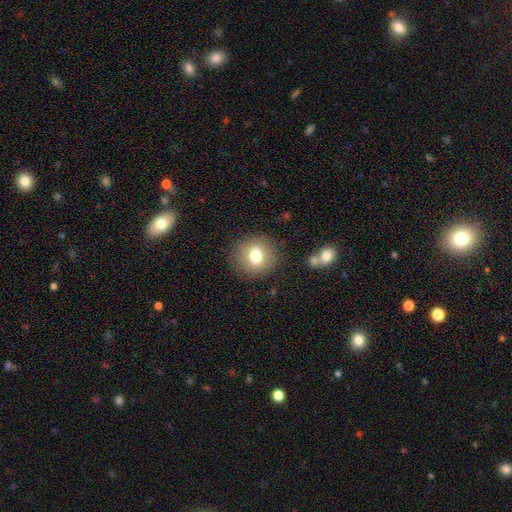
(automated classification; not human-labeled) Morphology: type=smooth (74%); roundness=round (83%); merging=none (86%).